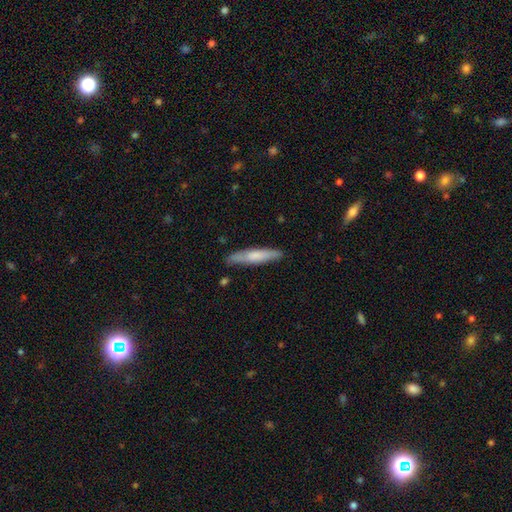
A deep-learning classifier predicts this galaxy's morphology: This appears to be a smooth galaxy with no disk features (65%) that is cigar-shaped (89%). Merging: none (84%).